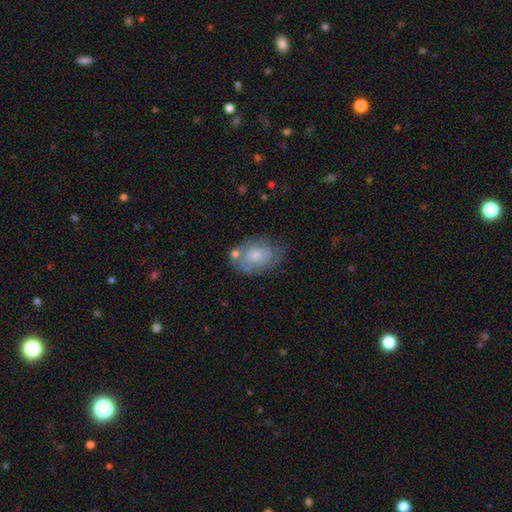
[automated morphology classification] The model was most divided on "smooth or featured": smooth: 54%, featured or disk: 39%, star or artifact: 7%. More confident: how rounded — in between (73%); merging — none (53%).